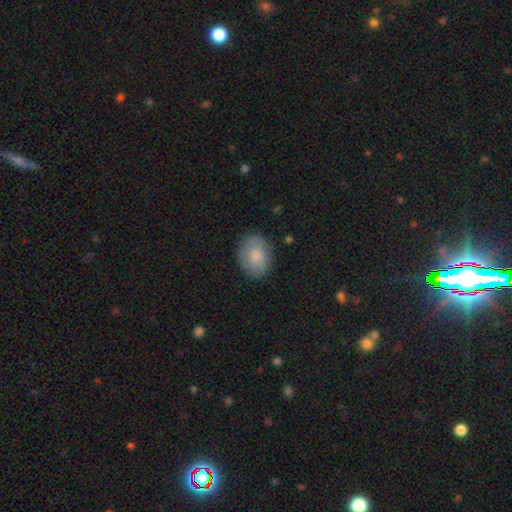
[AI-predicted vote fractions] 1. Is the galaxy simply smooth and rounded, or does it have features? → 79% smooth, 14% featured or disk, 7% star or artifact.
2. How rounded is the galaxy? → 68% in between, 30% round, 1% cigar-shaped.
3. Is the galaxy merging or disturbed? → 81% none, 15% minor disturbance, 3% major disturbance, 1% merger.